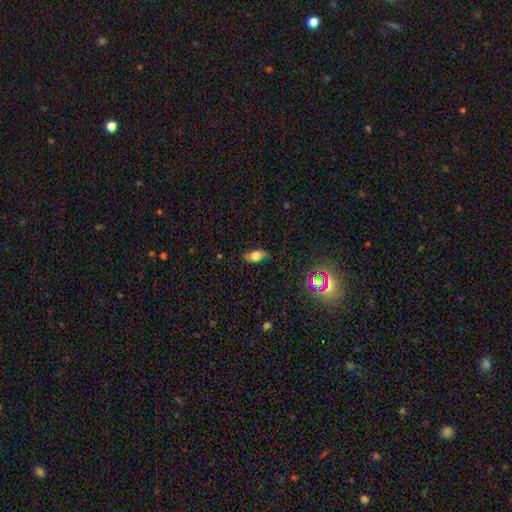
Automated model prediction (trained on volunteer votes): Overall: smooth (68%). How rounded: in between (84%). Merging: none (80%).